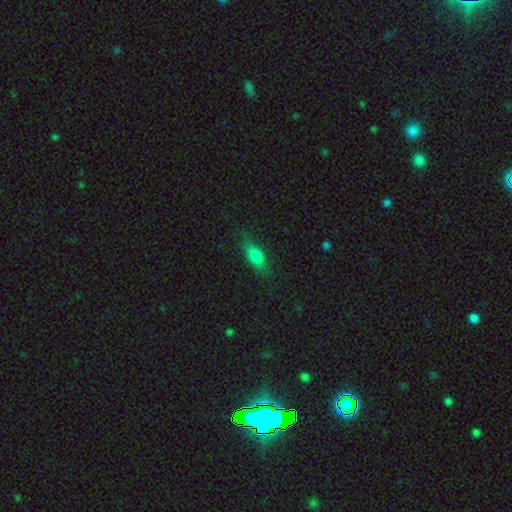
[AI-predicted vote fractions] Smooth or featured? smooth (74%)
How rounded? in between (73%)
Merging? none (79%)